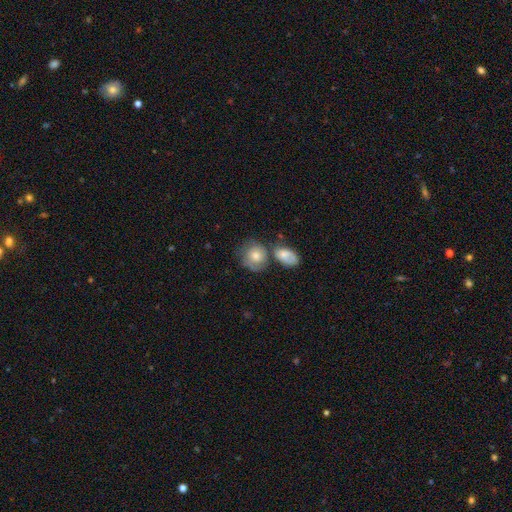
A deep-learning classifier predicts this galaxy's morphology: smooth 65%, featured or disk 28%, star or artifact 7%. Down the decision tree: how rounded — round (72%); merging — none (43%).